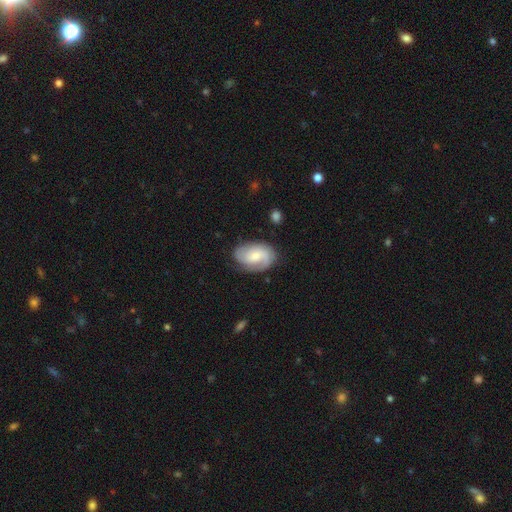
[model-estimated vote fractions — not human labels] The model was most divided on "spiral winding": medium: 43%, tight: 39%, loose: 18%. Remaining: edge-on disk — no (97%); spiral arms — yes (95%); merging — none (75%); smooth or featured — featured or disk (73%); spiral arm count — 2 (63%); bar — no (55%); bulge size — small (48%).